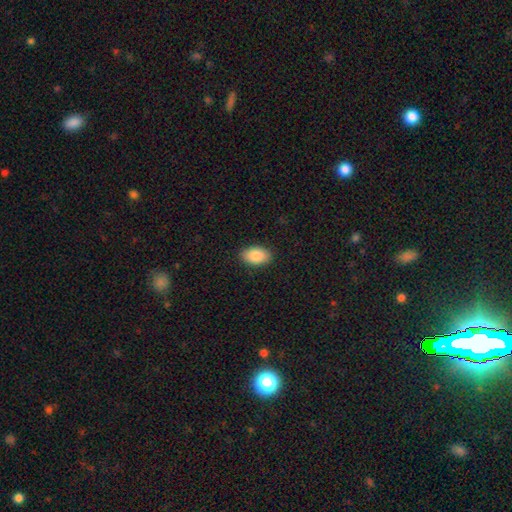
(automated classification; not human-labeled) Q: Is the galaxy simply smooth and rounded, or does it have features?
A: smooth — 88%.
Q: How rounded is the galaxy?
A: in between — 91%.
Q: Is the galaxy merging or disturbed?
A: none — 89%.